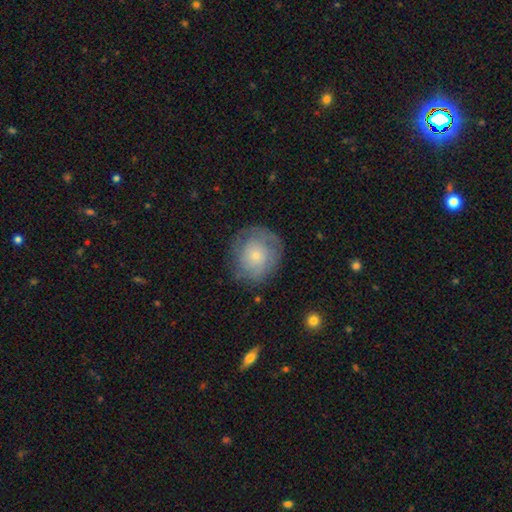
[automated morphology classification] smooth_or_featured: featured or disk (p=0.46) [tied with: smooth p=0.46]
merging: none (p=0.73) [alt: minor disturbance p=0.18]